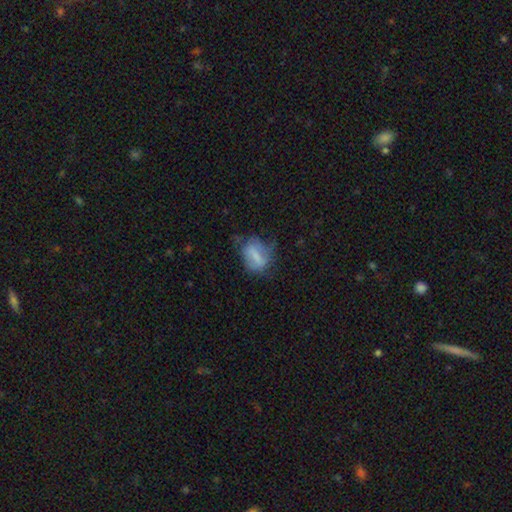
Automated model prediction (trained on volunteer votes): Q: Smooth or featured?
A: smooth (54%); runner-up: featured or disk (36%)
Q: How rounded?
A: in between (71%); runner-up: round (25%)
Q: Merging?
A: none (42%); runner-up: minor disturbance (33%)